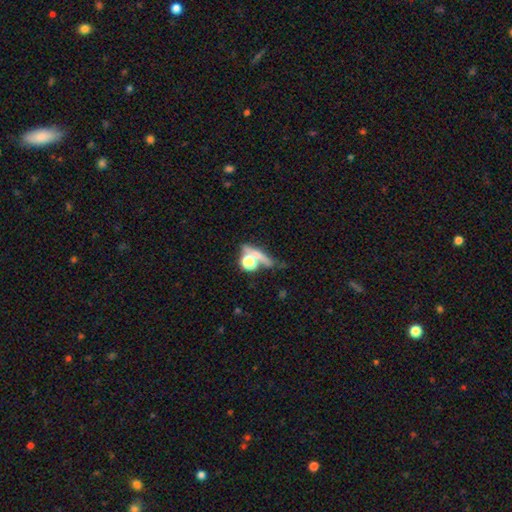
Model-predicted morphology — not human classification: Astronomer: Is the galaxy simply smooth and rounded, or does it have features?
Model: smooth — 56%.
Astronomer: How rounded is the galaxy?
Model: round — 43% (runner-up: cigar-shaped, 33%).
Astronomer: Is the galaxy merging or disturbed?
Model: none — 55%.